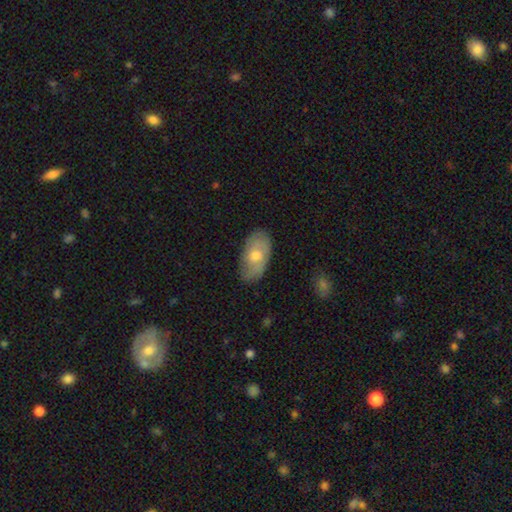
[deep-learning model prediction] This appears to be a smooth galaxy with no disk features (61%) that is in between round and cigar-shaped (93%). Merging: none (78%).